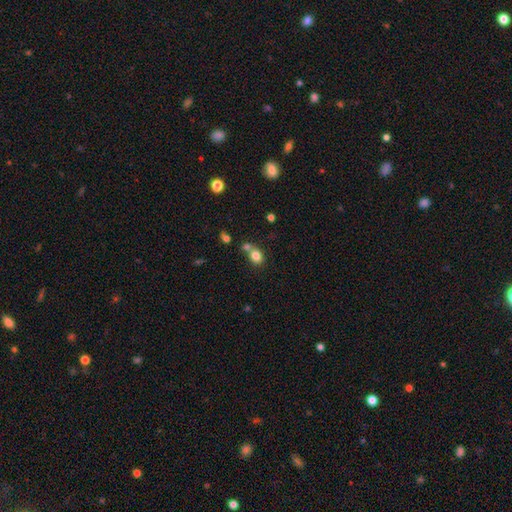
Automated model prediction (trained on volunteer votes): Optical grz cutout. It shows a smooth galaxy with no disk features (81%) that is round (58%). Merging: none (49%).